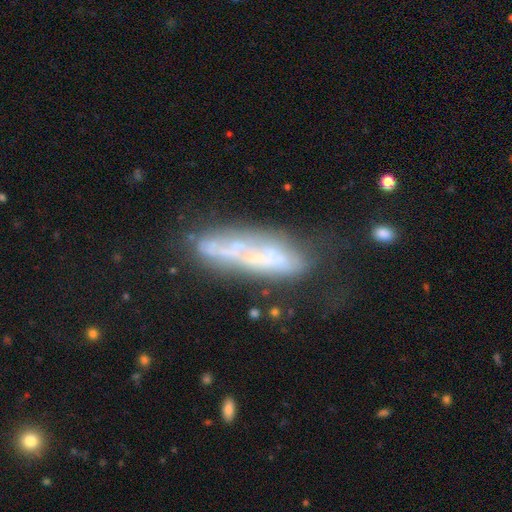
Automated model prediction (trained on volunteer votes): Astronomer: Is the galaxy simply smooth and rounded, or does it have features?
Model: featured or disk — 60%.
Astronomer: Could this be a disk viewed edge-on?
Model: no — 62% (runner-up: yes, 38%).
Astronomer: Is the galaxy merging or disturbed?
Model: none — 52%.